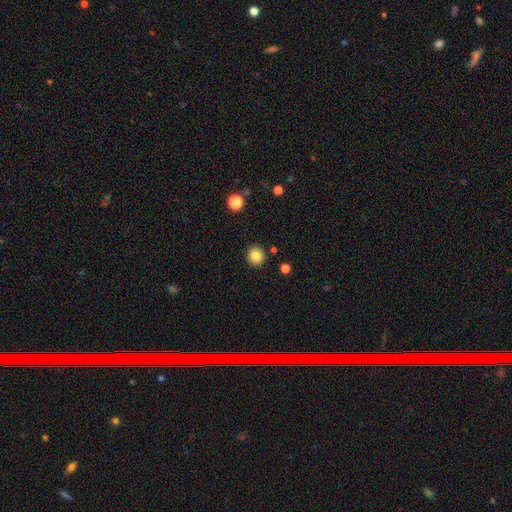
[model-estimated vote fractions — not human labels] A smooth galaxy with no disk features (85%) that is round (90%). Merging: none (89%).